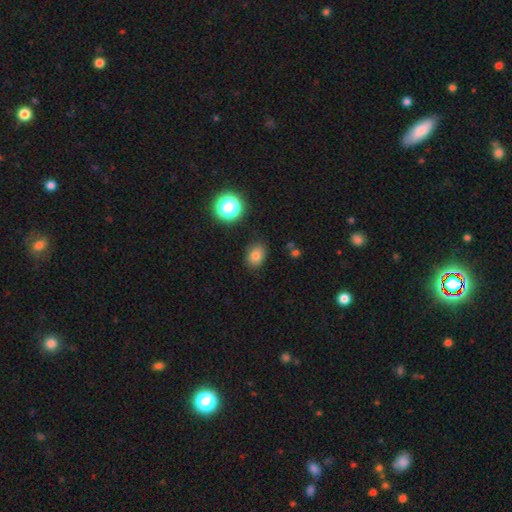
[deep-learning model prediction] This appears to be a smooth galaxy with no disk features (78%) that is in between round and cigar-shaped (56%). Merging: none (84%).